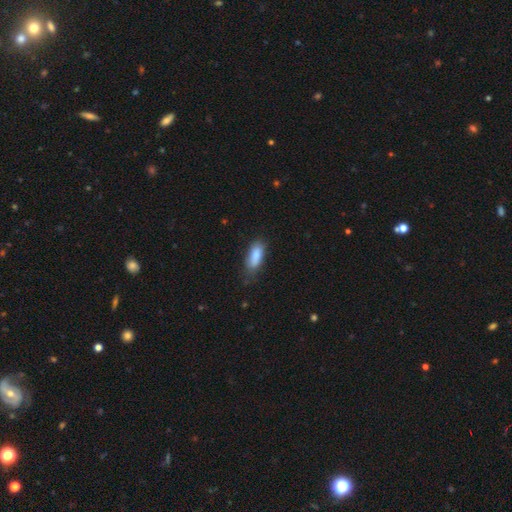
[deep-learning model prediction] This is clearly a smooth galaxy (84%). How rounded: likely in between (76%). Merging: likely none (67%).